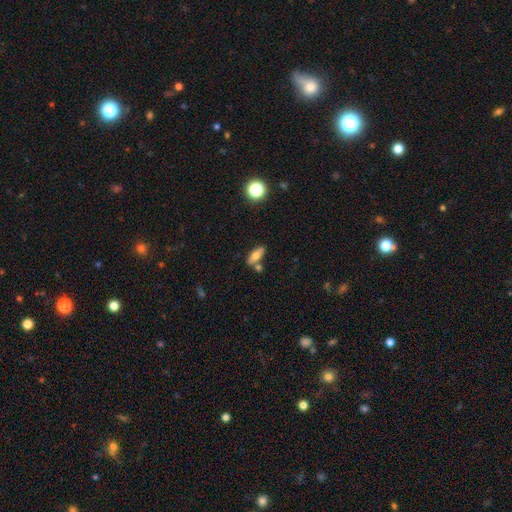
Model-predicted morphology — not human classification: Overall: smooth (65%; featured or disk 26%). How rounded: in between (70%). Merging: none (68%).